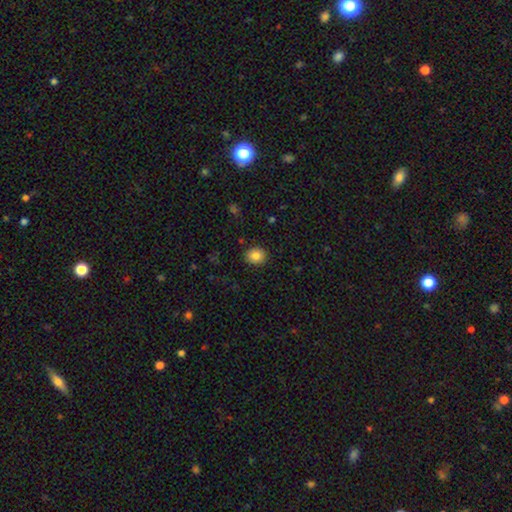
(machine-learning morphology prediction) The model was most divided on "how rounded": round: 70%, in between: 29%, cigar-shaped: 1%. More confident: merging — none (90%); smooth or featured — smooth (84%).